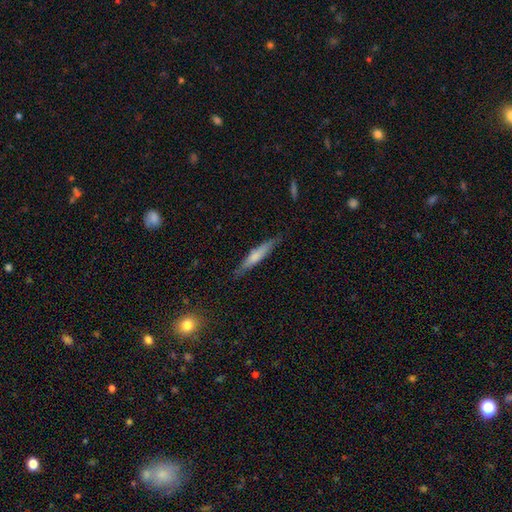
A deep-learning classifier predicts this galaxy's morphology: Q: Smooth or featured?
A: smooth (63%); runner-up: featured or disk (31%)
Q: How rounded?
A: cigar-shaped (90%); runner-up: in between (8%)
Q: Merging?
A: none (84%); runner-up: minor disturbance (13%)